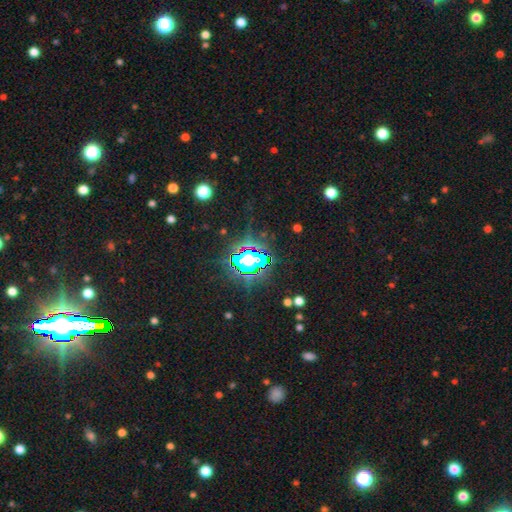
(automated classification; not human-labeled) Smooth or featured: star or artifact — 81% (smooth — 11%)